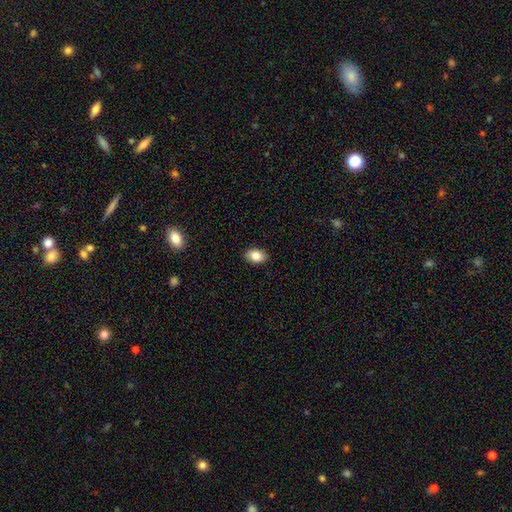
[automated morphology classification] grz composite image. It shows a smooth galaxy with no disk features (84%) that is in between round and cigar-shaped (83%). Merging: none (90%).